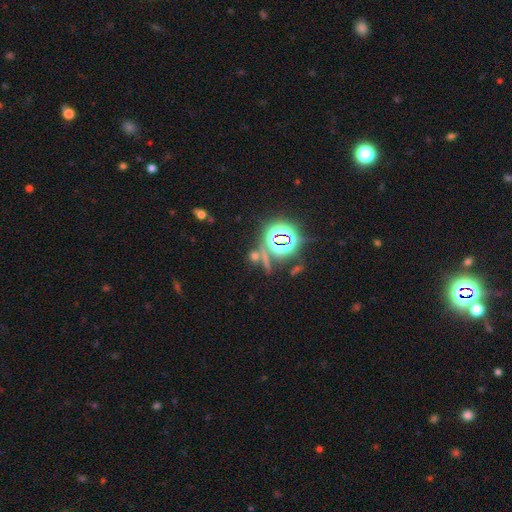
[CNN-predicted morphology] A star or artifact, not a galaxy (56%).

Vote fractions:
- Smooth or featured? star or artifact: 56% / smooth: 33% / featured or disk: 11%